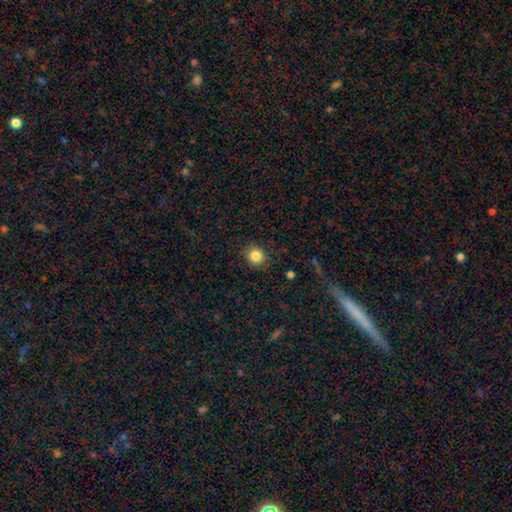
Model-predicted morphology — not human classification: type=smooth (84%); roundness=round (82%); merging=none (88%).